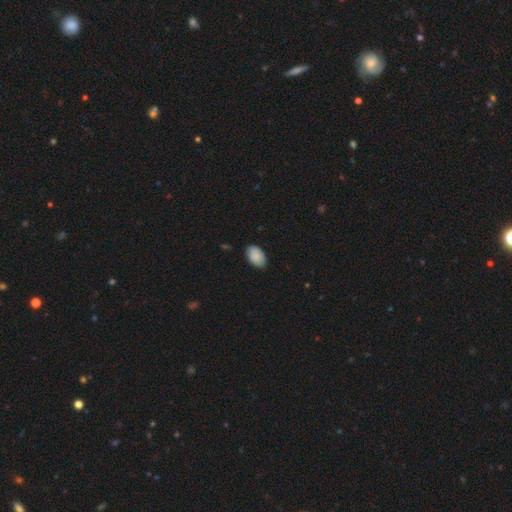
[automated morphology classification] This is clearly a smooth galaxy (87%). How rounded: clearly in between (92%). Merging: clearly none (84%).